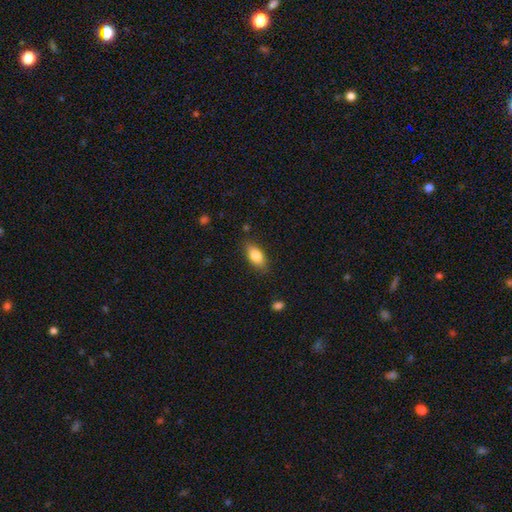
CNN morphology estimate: A smooth galaxy with no disk features (79%) that is in between round and cigar-shaped (85%). Merging: none (82%).